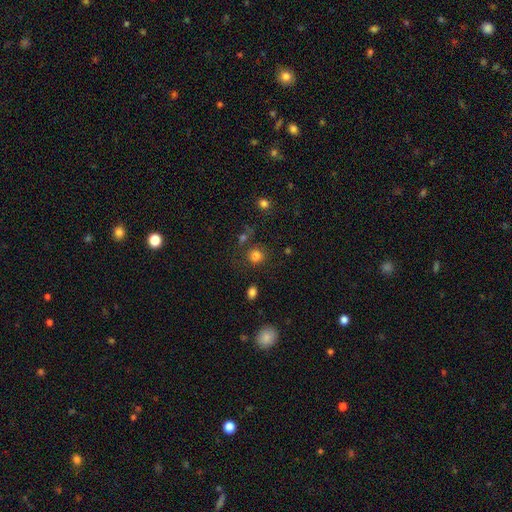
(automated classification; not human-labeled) Overall: smooth (80%). How rounded: round (84%). Merging: none (75%).